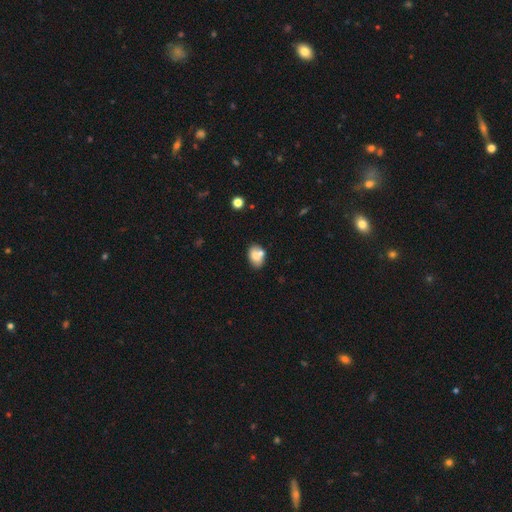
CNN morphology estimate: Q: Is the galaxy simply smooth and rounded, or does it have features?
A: smooth — 71%.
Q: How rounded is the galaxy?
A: in between — 76%.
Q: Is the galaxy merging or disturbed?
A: none — 56%.